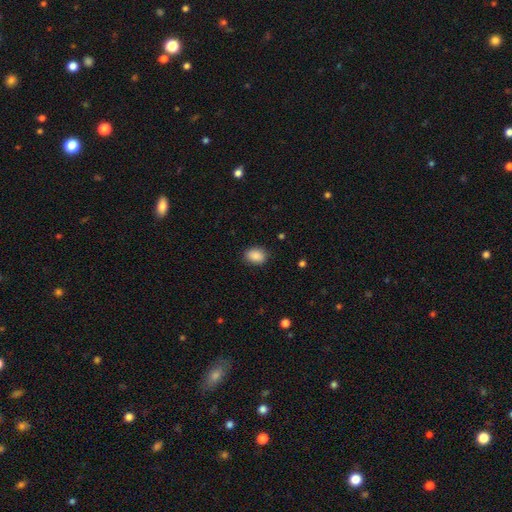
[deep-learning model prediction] Q: Smooth or featured?
A: smooth (88%); runner-up: star or artifact (8%)
Q: How rounded?
A: in between (74%); runner-up: round (25%)
Q: Merging?
A: none (86%); runner-up: minor disturbance (10%)